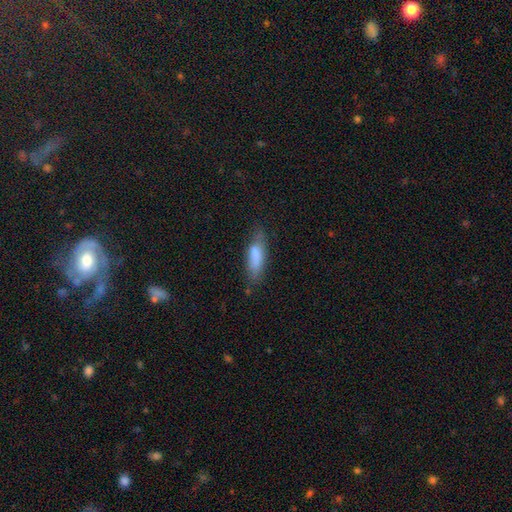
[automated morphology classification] smooth 79%, featured or disk 14%, star or artifact 7%. Down the decision tree: how rounded — cigar-shaped (52%); merging — none (65%).